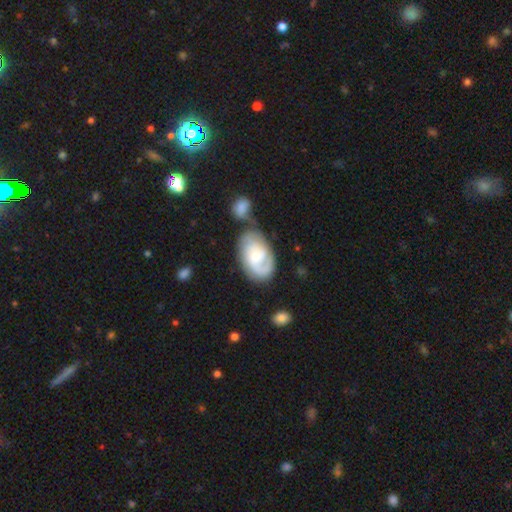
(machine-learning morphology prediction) A featured or disk galaxy (70%) with no bar (62%), 2 (52%) tight (46%) spiral arms (92%) and a moderate central bulge (47%).

Vote fractions:
- Smooth or featured? featured or disk: 70% / smooth: 24% / star or artifact: 6%
- Edge-on disk? no: 96% / yes: 4%
- Bar? no: 62% / weak: 34% / strong: 5%
- Spiral arms? yes: 92% / no: 8%
- Spiral winding? tight: 46% / medium: 39% / loose: 15%
- Spiral arm count? 2: 52% / can't tell: 22% / 1: 15% / 3: 8% / 4: 2% / more than 4: 2%
- Bulge size? moderate: 47% / small: 43% / large: 6% / none: 3% / dominant: 1%
- Merging? none: 53% / minor disturbance: 20% / merger: 18% / major disturbance: 9%